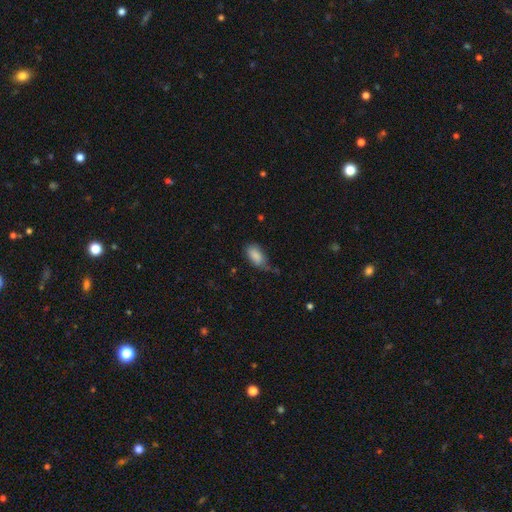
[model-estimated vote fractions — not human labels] Smooth or featured: smooth — 86% (star or artifact — 8%)
How rounded: in between — 91% (cigar-shaped — 5%)
Merging: none — 45% (minor disturbance — 38%)